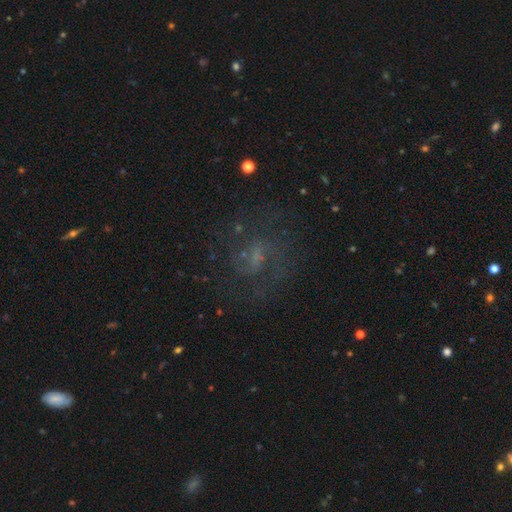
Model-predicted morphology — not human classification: A featured or disk galaxy (59%) with a weak bar (46%), spiral arms (76%) and a small central bulge (39%).

Vote fractions:
- Smooth or featured? featured or disk: 59% / star or artifact: 21% / smooth: 20%
- Edge-on disk? no: 97% / yes: 3%
- Bar? weak: 46% / no: 42% / strong: 12%
- Spiral arms? yes: 76% / no: 24%
- Bulge size? small: 39% / none: 34% / moderate: 21% / large: 3% / dominant: 1%
- Merging? none: 66% / major disturbance: 17% / minor disturbance: 16% / merger: 2%